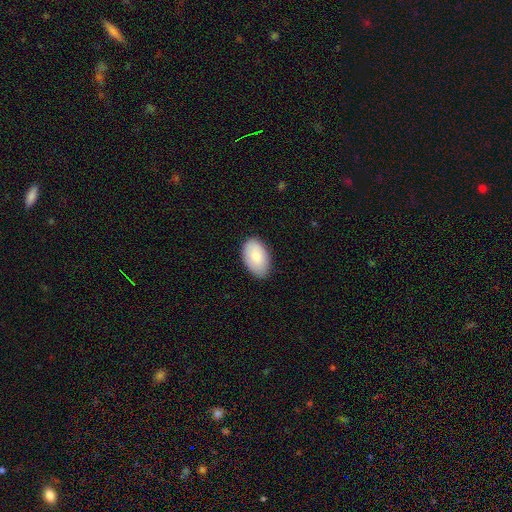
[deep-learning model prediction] Smooth or featured: smooth — 85% (featured or disk — 9%)
How rounded: in between — 94% (round — 4%)
Merging: none — 83% (minor disturbance — 14%)